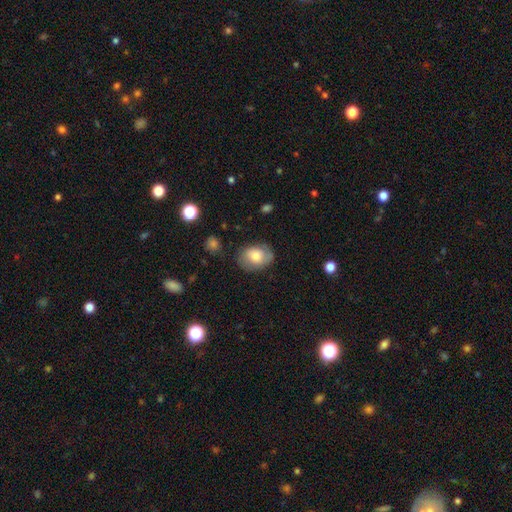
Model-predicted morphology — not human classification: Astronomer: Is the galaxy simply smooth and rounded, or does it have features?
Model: smooth — 63%.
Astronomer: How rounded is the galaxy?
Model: in between — 67%.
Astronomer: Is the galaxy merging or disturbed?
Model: none — 71%.